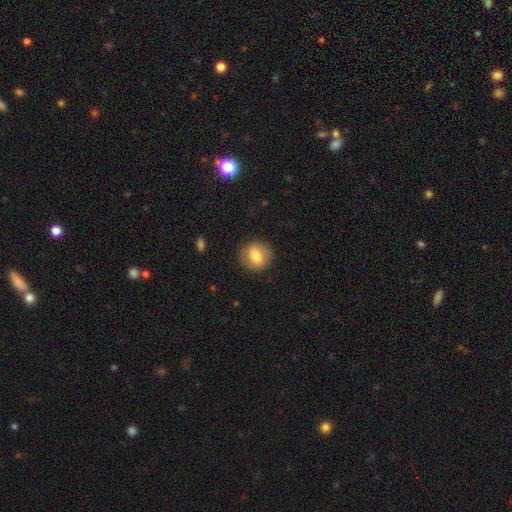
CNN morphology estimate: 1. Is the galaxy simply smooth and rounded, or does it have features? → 70% smooth, 22% featured or disk, 8% star or artifact.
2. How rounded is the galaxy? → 76% round, 23% in between, 1% cigar-shaped.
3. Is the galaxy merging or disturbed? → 85% none, 10% minor disturbance, 4% major disturbance, 1% merger.